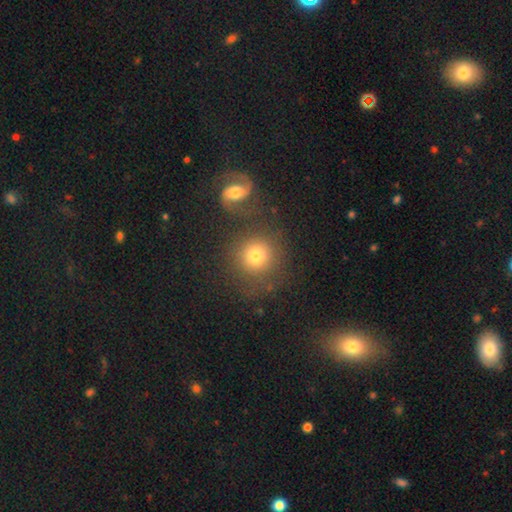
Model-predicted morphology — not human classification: Smooth or featured? Predicted: smooth (p=0.73). How rounded? Predicted: round (p=0.89). Merging? Predicted: none (p=0.68).